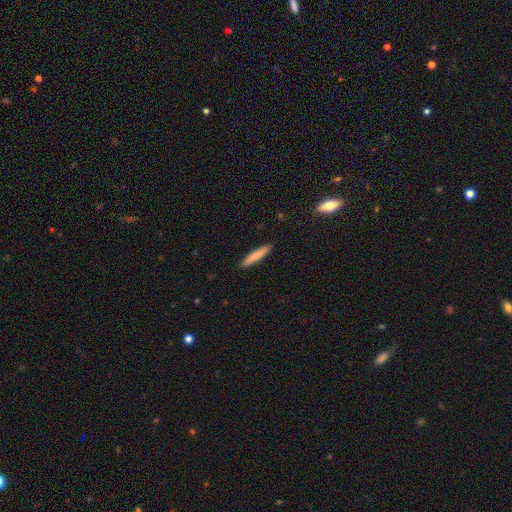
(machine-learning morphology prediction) smooth_or_featured: smooth (p=0.76) [alt: featured or disk p=0.18]
how_rounded: cigar-shaped (p=0.91) [alt: in between p=0.07]
merging: none (p=0.90) [alt: minor disturbance p=0.08]